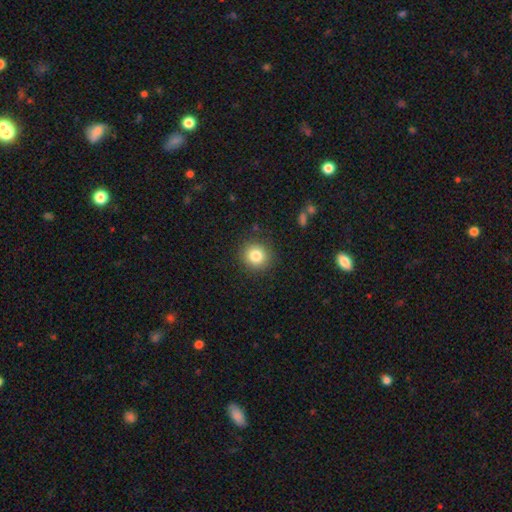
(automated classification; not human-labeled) This appears to be a smooth galaxy with no disk features (82%) that is round (91%). Merging: none (90%).